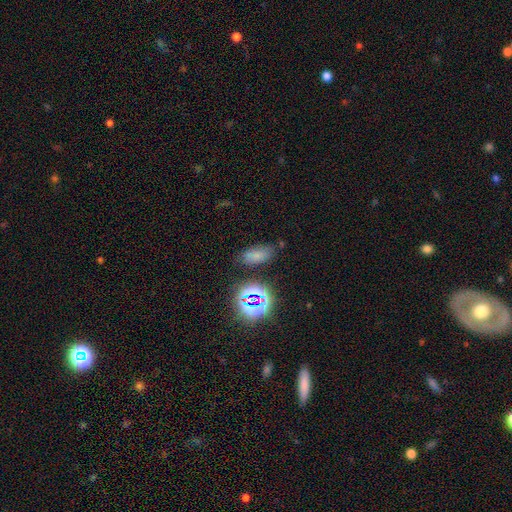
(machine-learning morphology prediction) type=smooth (66%); roundness=in between (84%); merging=none (74%).